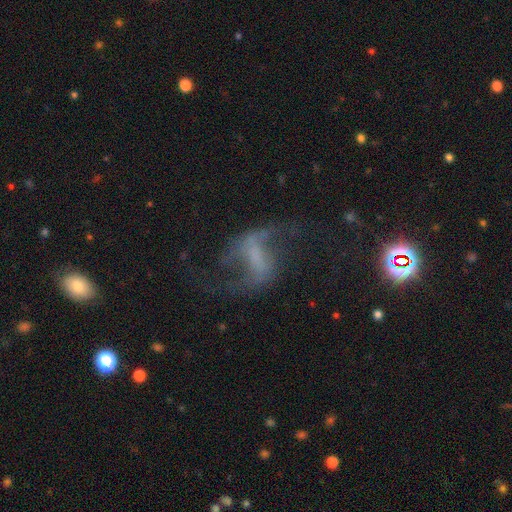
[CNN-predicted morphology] smooth-or-featured: featured or disk: 78% | star or artifact: 12% | smooth: 10%
  disk-edge-on: no: 96% | yes: 4%
    bar: strong: 43% | weak: 37% | no: 20%
    has-spiral-arms: yes: 89% | no: 11%
      spiral-winding: loose: 78% | medium: 18% | tight: 4%
      spiral-arm-count: 2: 91% | can't tell: 3% | 1: 3% | 3: 1% | 4: 1% | more than 4: 1%
    bulge-size: none: 58% | small: 22% | moderate: 13% | large: 5% | dominant: 2%
  merging: none: 61% | major disturbance: 21% | minor disturbance: 15% | merger: 3%